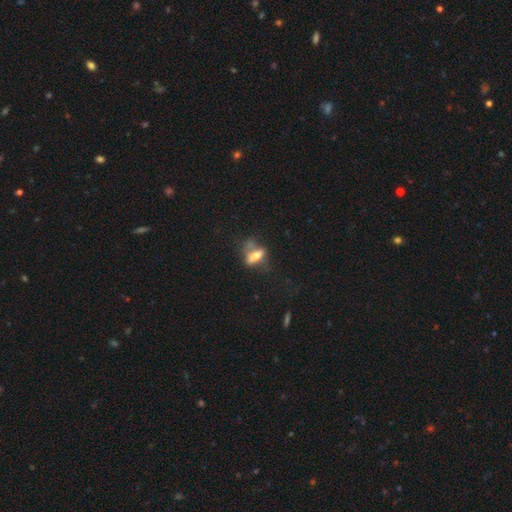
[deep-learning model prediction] A featured or disk galaxy (45%).

Vote fractions:
- Smooth or featured? featured or disk: 45% / smooth: 44% / star or artifact: 11%
- Merging? none: 46% / minor disturbance: 21% / major disturbance: 21% / merger: 12%